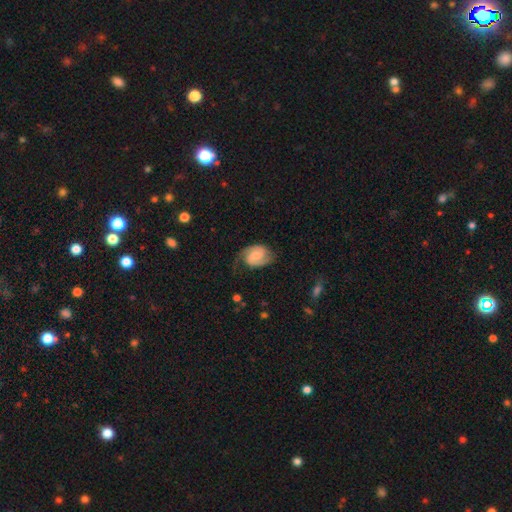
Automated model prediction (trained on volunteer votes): Q: Smooth or featured?
A: featured or disk (73%); runner-up: smooth (21%)
Q: Edge-on disk?
A: no (97%); runner-up: yes (3%)
Q: Bar?
A: weak (47%); runner-up: no (41%)
Q: Spiral arms?
A: yes (95%); runner-up: no (5%)
Q: Spiral winding?
A: medium (47%); runner-up: tight (33%)
Q: Spiral arm count?
A: 2 (84%); runner-up: can't tell (6%)
Q: Bulge size?
A: moderate (42%); runner-up: small (36%)
Q: Merging?
A: none (65%); runner-up: minor disturbance (22%)